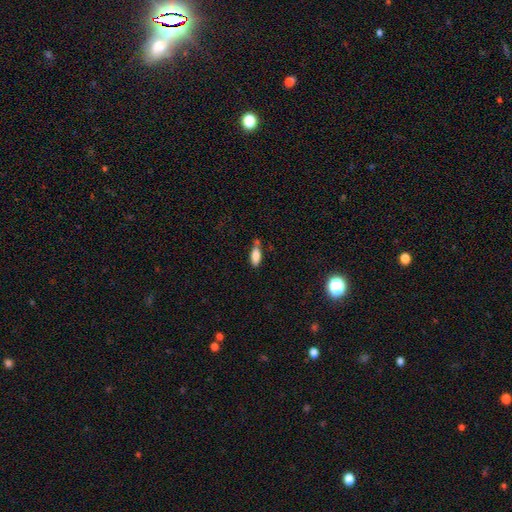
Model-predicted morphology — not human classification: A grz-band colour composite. It shows a smooth galaxy with no disk features (82%) that is in between round and cigar-shaped (74%). Merging: none (56%).